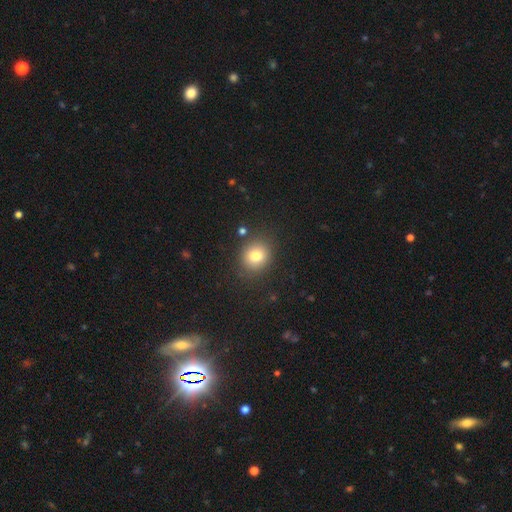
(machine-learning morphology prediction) smooth-or-featured: smooth: 78% | star or artifact: 13% | featured or disk: 9%
  how-rounded: round: 78% | in between: 21% | cigar-shaped: 1%
  merging: none: 85% | minor disturbance: 9% | major disturbance: 3% | merger: 3%